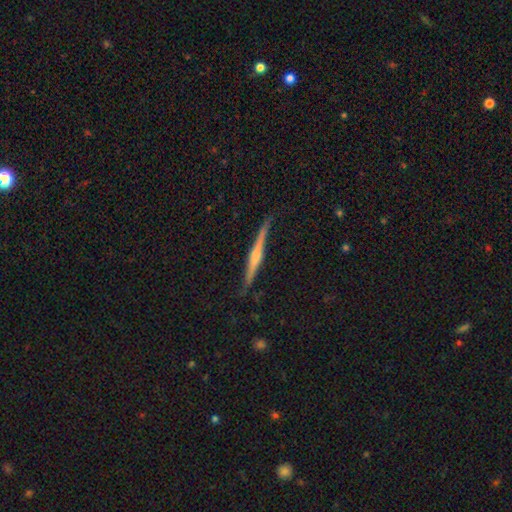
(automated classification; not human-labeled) featured or disk 77%, smooth 16%, star or artifact 7%. Down the decision tree: edge-on disk — yes (98%); edge-on bulge — rounded (78%); merging — none (87%).